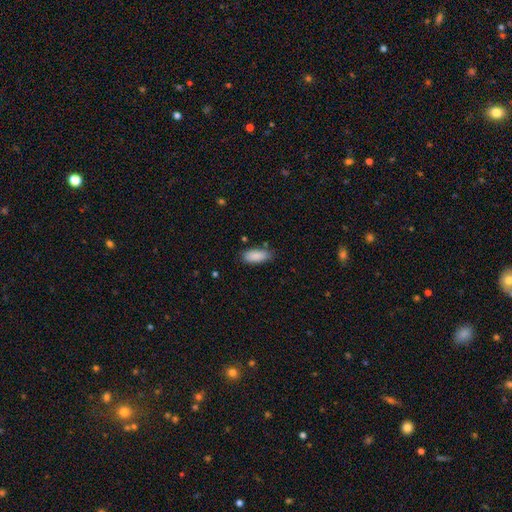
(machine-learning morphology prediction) Smooth or featured? Predicted: smooth (p=0.89). How rounded? Predicted: in between (p=0.85). Merging? Predicted: none (p=0.79).